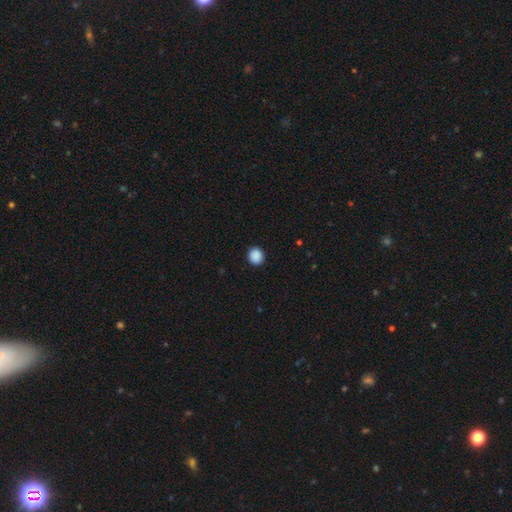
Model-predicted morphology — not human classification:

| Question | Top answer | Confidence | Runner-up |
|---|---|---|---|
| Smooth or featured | smooth | 89% | star or artifact (9%) |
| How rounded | round | 82% | in between (18%) |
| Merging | none | 91% | minor disturbance (6%) |